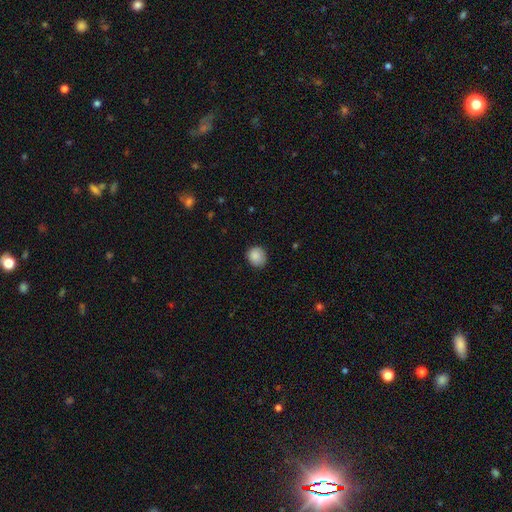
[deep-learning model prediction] A smooth galaxy with no disk features (87%) that is round (83%). Merging: none (81%).